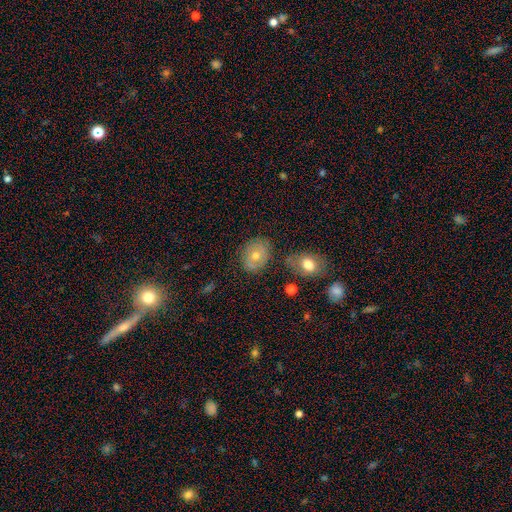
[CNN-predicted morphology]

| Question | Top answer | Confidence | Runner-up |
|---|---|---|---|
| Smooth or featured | smooth | 60% | featured or disk (26%) |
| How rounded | round | 54% | in between (45%) |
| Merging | none | 77% | minor disturbance (15%) |